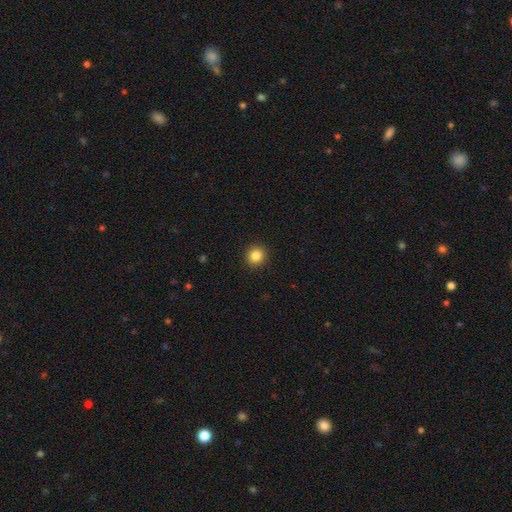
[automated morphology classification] A smooth galaxy with no disk features (85%) that is round (92%).

Vote fractions:
- Smooth or featured? smooth: 85% / star or artifact: 11% / featured or disk: 4%
- How rounded? round: 92% / in between: 7% / cigar-shaped: 1%
- Merging? none: 93% / minor disturbance: 5% / major disturbance: 2% / merger: 1%